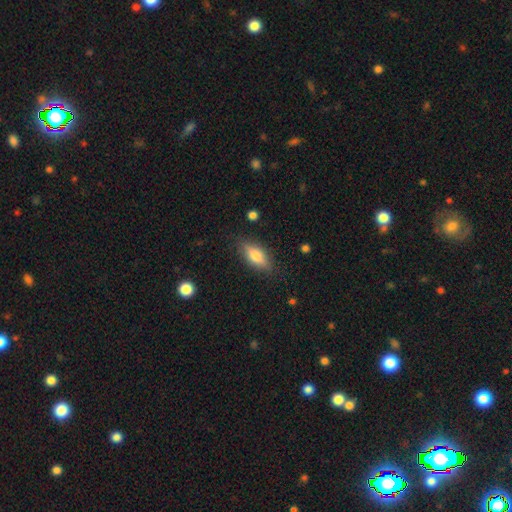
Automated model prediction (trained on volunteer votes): Overall: smooth (65%; featured or disk 27%). How rounded: in between (70%). Merging: none (83%).